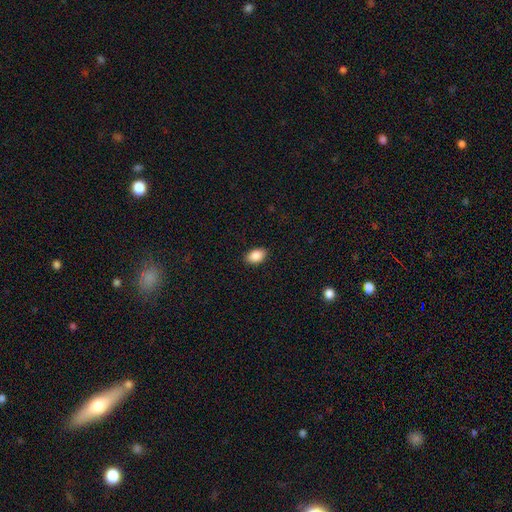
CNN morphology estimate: Smooth or featured? smooth (89%)
How rounded? in between (89%)
Merging? none (89%)